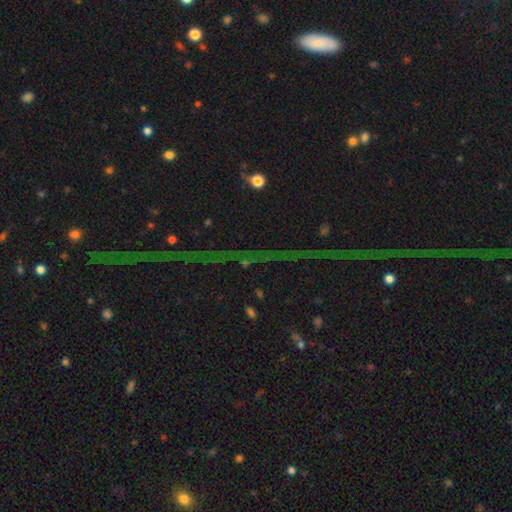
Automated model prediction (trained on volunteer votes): Smooth or featured: star or artifact — 77% (featured or disk — 13%)